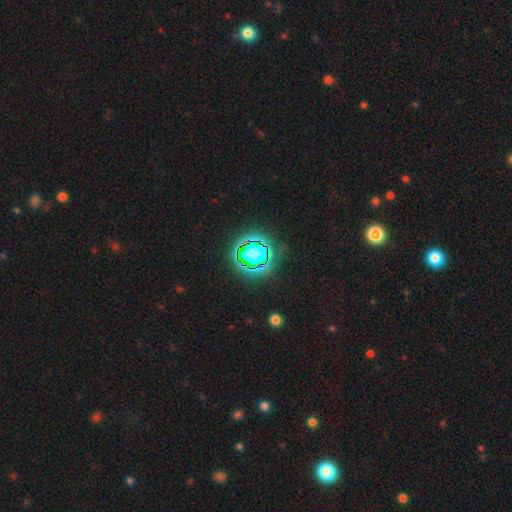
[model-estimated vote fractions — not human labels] smooth_or_featured: star or artifact (p=0.76) [alt: smooth p=0.16]